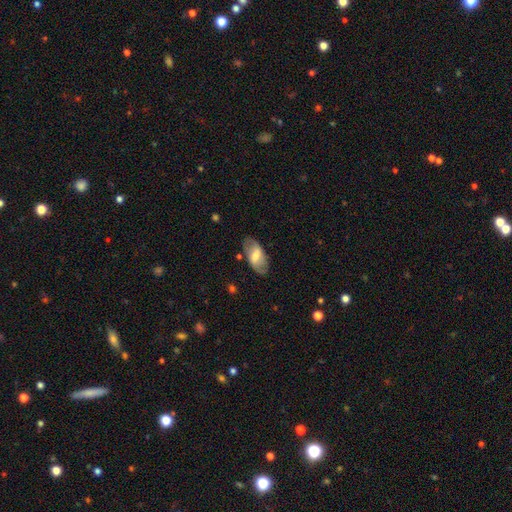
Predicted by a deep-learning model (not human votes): Q: Smooth or featured?
A: smooth (50%); runner-up: featured or disk (43%)
Q: How rounded?
A: in between (92%); runner-up: cigar-shaped (5%)
Q: Merging?
A: none (77%); runner-up: minor disturbance (16%)